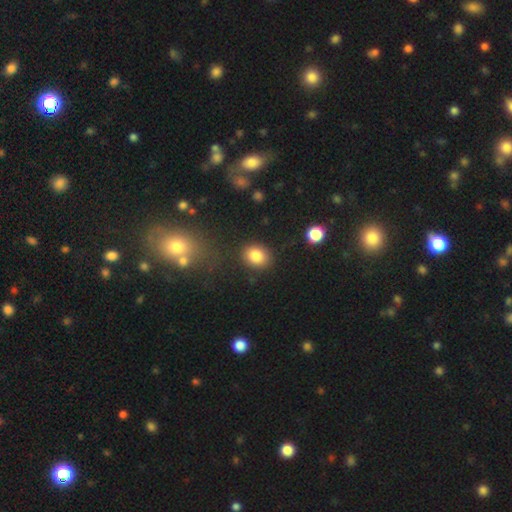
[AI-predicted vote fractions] smooth-or-featured: smooth: 84% | star or artifact: 10% | featured or disk: 7%
  how-rounded: in between: 50% | round: 49% | cigar-shaped: 1%
  merging: none: 85% | minor disturbance: 10% | major disturbance: 3% | merger: 2%